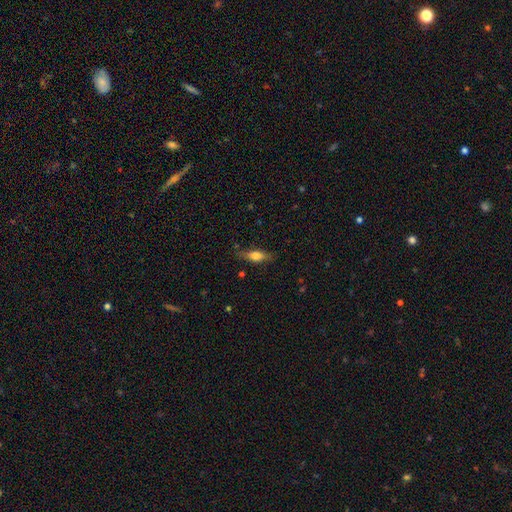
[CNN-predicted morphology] smooth 55%, featured or disk 37%, star or artifact 8%. Down the decision tree: how rounded — in between (55%); merging — none (77%).